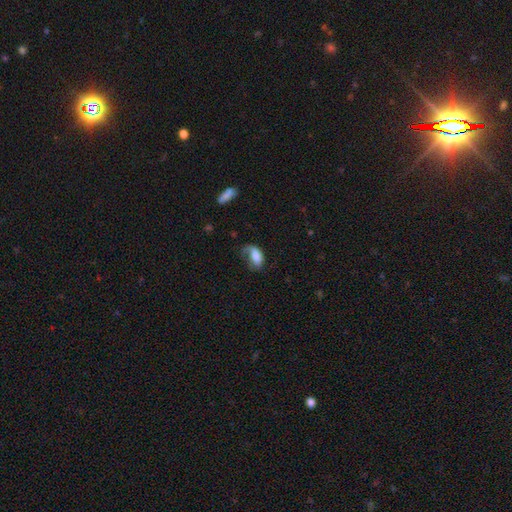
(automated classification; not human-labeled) Smooth or featured?
  - smooth: 60% *
  - featured or disk: 32%
  - star or artifact: 8%
How rounded?
  - in between: 88% *
  - round: 8%
  - cigar-shaped: 4%
Merging?
  - major disturbance: 39% *
  - none: 31%
  - minor disturbance: 27%
  - merger: 3%